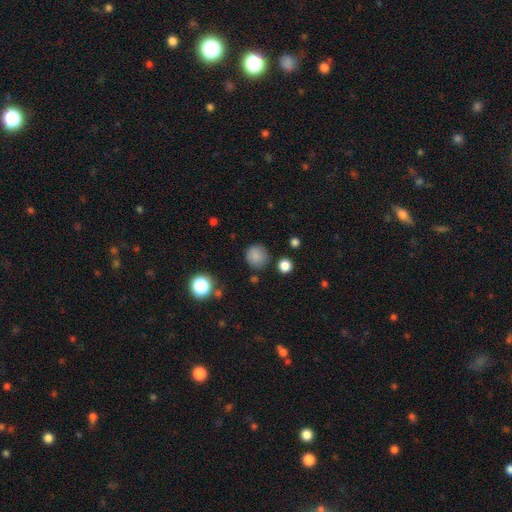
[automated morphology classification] The model was most divided on "merging": none: 81%, minor disturbance: 13%, major disturbance: 4%, merger: 3%. More confident: how rounded — round (91%); smooth or featured — smooth (83%).